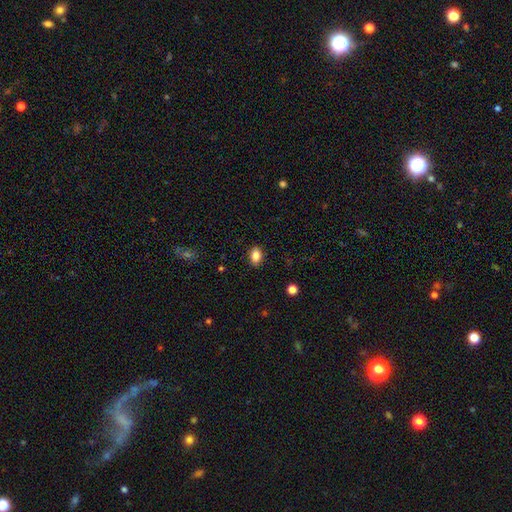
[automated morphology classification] Overall: smooth (84%). How rounded: in between (84%). Merging: none (87%).